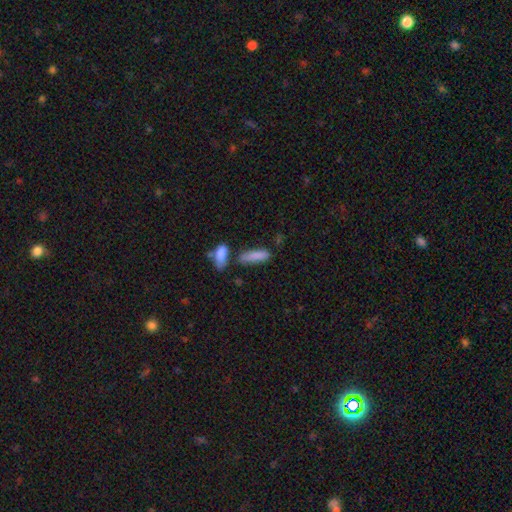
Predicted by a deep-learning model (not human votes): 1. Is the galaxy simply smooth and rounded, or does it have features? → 83% smooth, 9% featured or disk, 7% star or artifact.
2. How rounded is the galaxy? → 55% cigar-shaped, 43% in between, 2% round.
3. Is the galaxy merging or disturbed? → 58% none, 18% merger, 18% minor disturbance, 7% major disturbance.